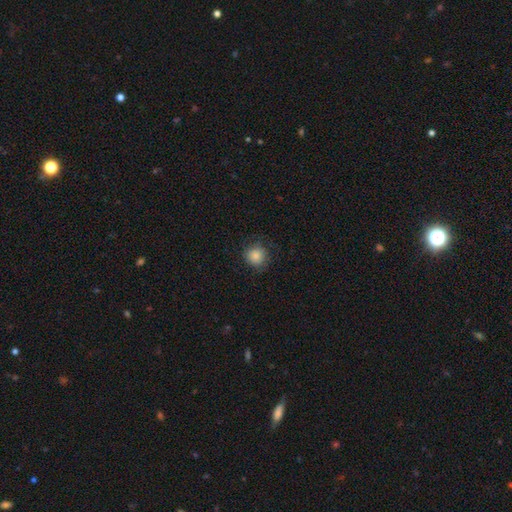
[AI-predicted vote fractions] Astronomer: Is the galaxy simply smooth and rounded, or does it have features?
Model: smooth — 85%.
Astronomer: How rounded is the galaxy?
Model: round — 90%.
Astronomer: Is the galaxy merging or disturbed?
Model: none — 79%.